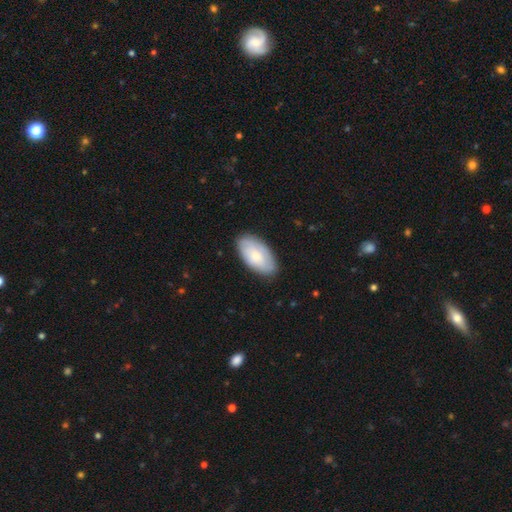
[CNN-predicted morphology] This appears to be a smooth galaxy with no disk features (66%) that is in between round and cigar-shaped (95%). Merging: none (82%).